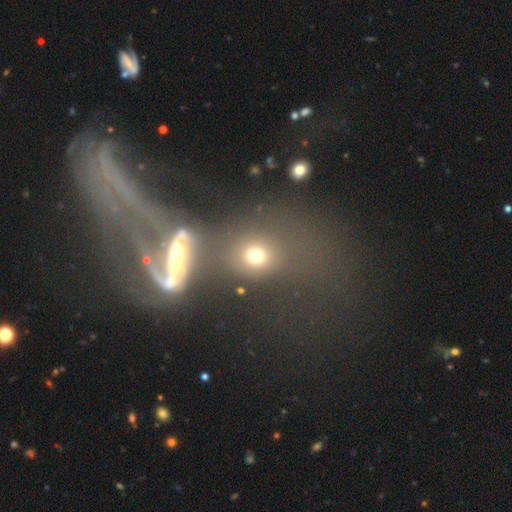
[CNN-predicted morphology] The model was most divided on "how rounded": round: 68%, in between: 30%, cigar-shaped: 3%. More confident: smooth or featured — smooth (70%); merging — none (61%).